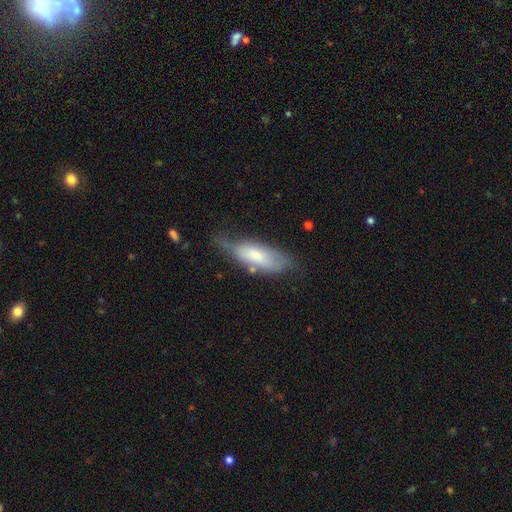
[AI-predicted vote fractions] smooth_or_featured: smooth (p=0.62) [alt: featured or disk p=0.32]
how_rounded: in between (p=0.72) [alt: cigar-shaped p=0.26]
merging: none (p=0.45) [alt: minor disturbance p=0.36]